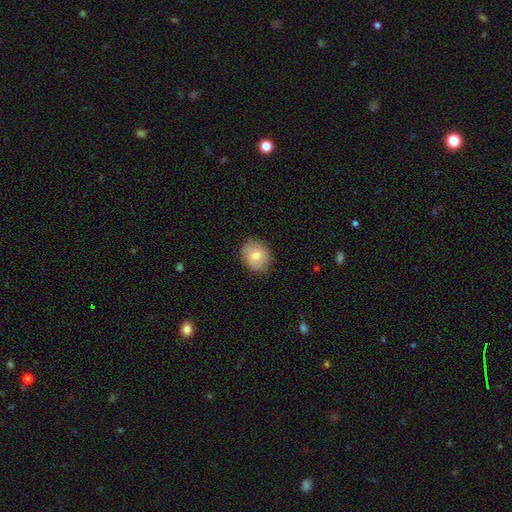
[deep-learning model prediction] Q: Smooth or featured?
A: smooth (77%); runner-up: featured or disk (15%)
Q: How rounded?
A: round (61%); runner-up: in between (39%)
Q: Merging?
A: none (84%); runner-up: minor disturbance (12%)